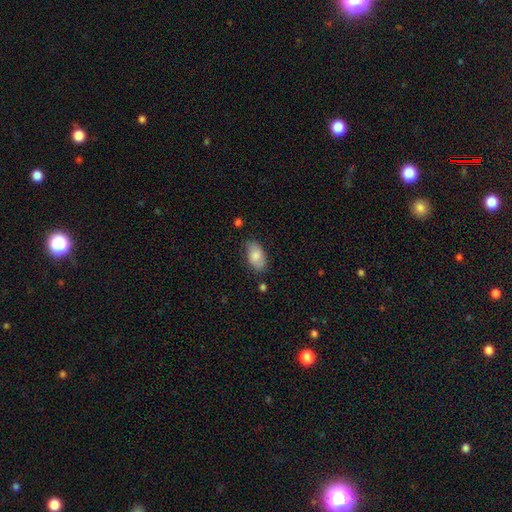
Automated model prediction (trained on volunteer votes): Morphology: type=smooth (80%); roundness=in between (94%); merging=none (71%).